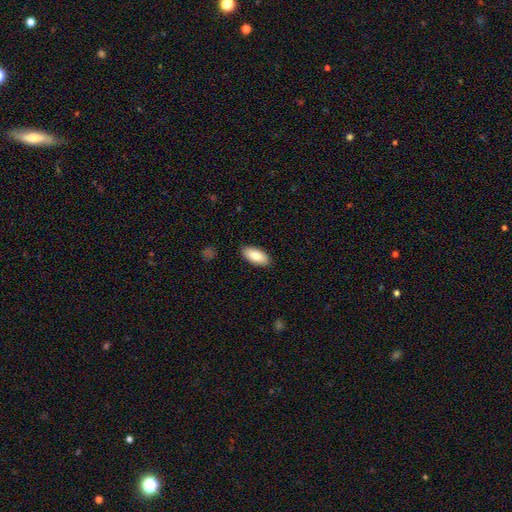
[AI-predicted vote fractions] Smooth or featured? Predicted: smooth (p=0.84). How rounded? Predicted: in between (p=0.91). Merging? Predicted: none (p=0.89).